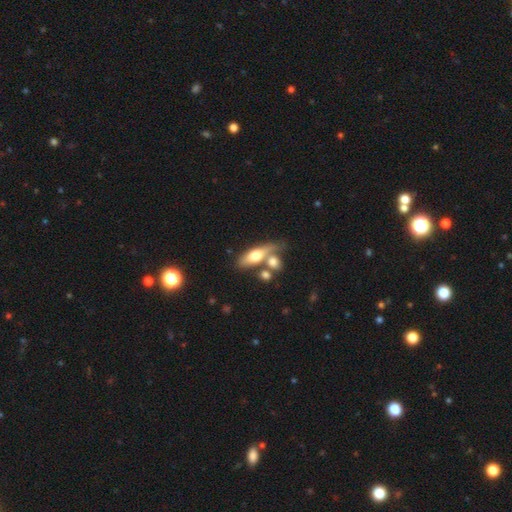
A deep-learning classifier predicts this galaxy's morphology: This appears to be a smooth galaxy with no disk features (55%) that is in between round and cigar-shaped (61%). Merging: none (41%).